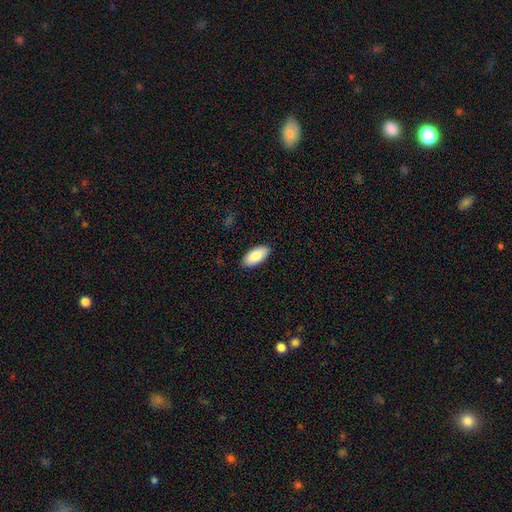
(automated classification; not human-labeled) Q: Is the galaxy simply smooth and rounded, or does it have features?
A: smooth — 86%.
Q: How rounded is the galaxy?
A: in between — 93%.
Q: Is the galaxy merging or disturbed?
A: none — 89%.